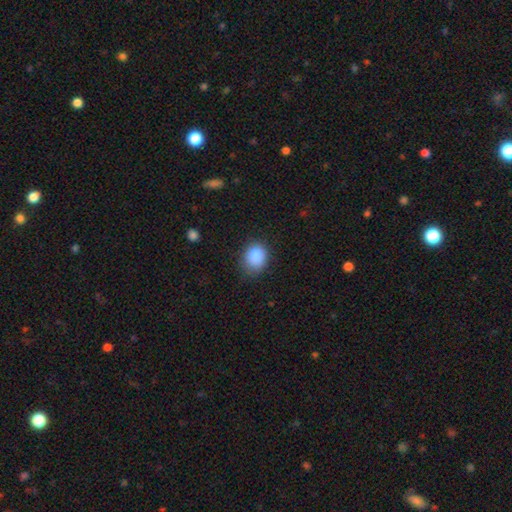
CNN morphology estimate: Smooth or featured? smooth (86%)
How rounded? round (53%)
Merging? none (71%)